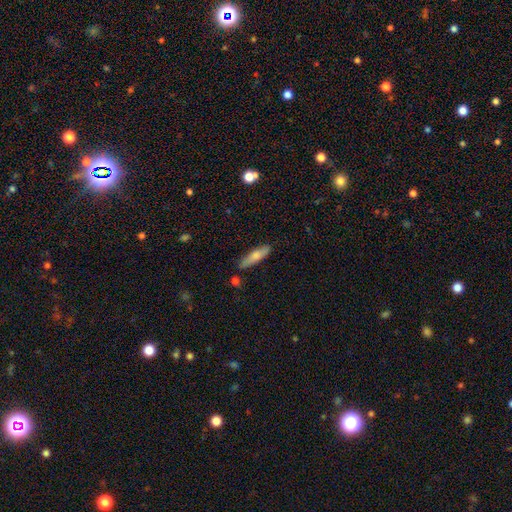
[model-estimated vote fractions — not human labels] smooth_or_featured: smooth (p=0.72) [alt: featured or disk p=0.22]
how_rounded: cigar-shaped (p=0.73) [alt: in between p=0.25]
merging: none (p=0.80) [alt: minor disturbance p=0.14]